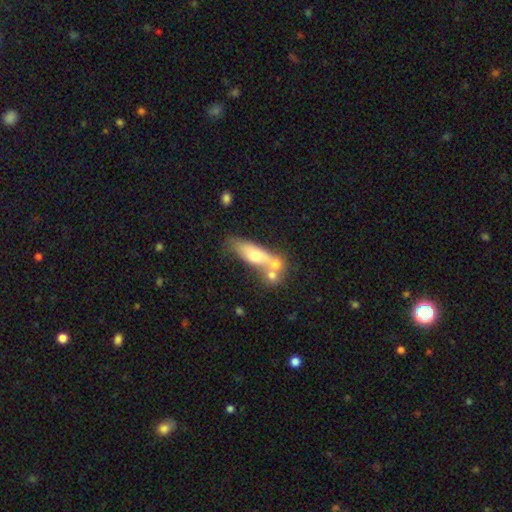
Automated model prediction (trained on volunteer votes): smooth-or-featured: smooth: 55% | featured or disk: 37% | star or artifact: 8%
  how-rounded: in between: 53% | cigar-shaped: 41% | round: 6%
  merging: merger: 50% | none: 30% | minor disturbance: 13% | major disturbance: 7%